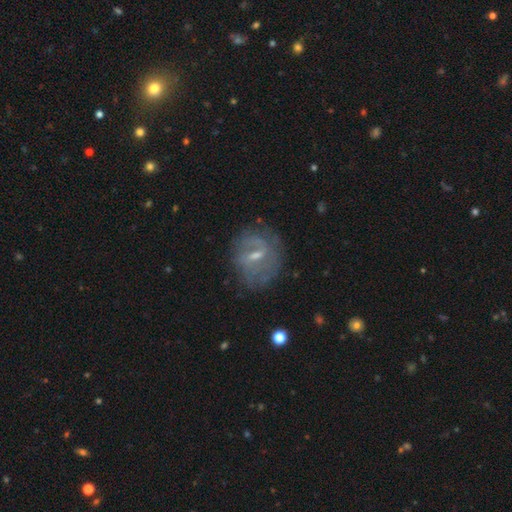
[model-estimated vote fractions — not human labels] This is likely a featured or disk galaxy (69%). It is clearly not viewed edge-on (95%). Bar: possibly weak (58%). Spiral arm pattern: likely yes (71%). Central bulge: possibly small (49%). Merging: likely none (66%).